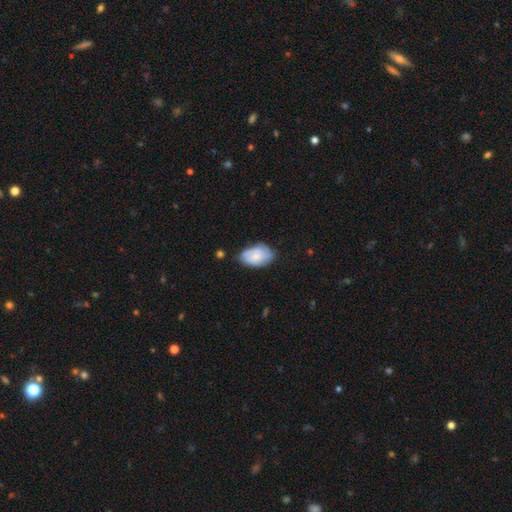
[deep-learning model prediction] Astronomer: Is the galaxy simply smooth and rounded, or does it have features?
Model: smooth — 61%.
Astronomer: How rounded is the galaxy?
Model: in between — 92%.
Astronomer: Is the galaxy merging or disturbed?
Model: none — 61%.